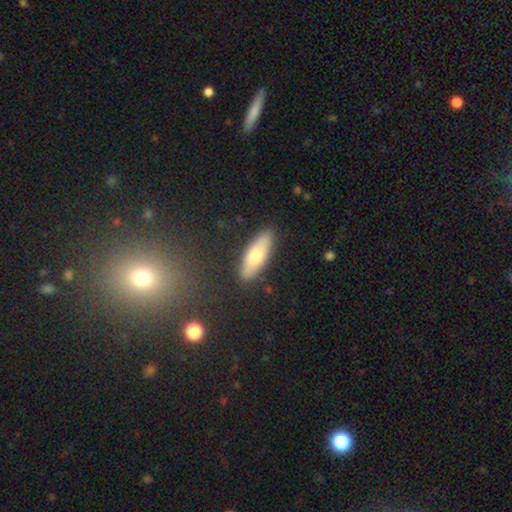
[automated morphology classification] Smooth or featured? smooth (71%)
How rounded? in between (59%)
Merging? none (87%)